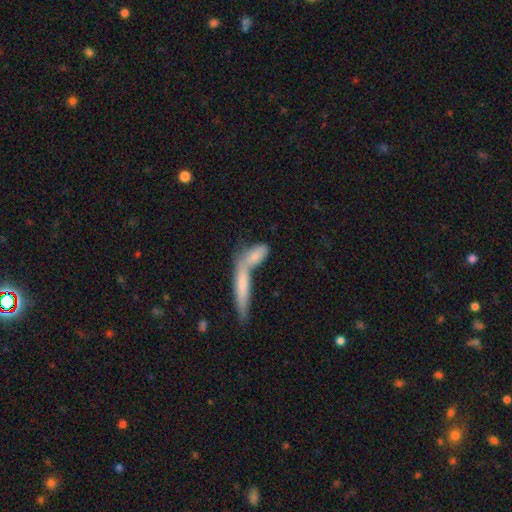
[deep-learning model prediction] Q: Smooth or featured?
A: smooth (74%); runner-up: featured or disk (19%)
Q: How rounded?
A: in between (55%); runner-up: cigar-shaped (41%)
Q: Merging?
A: merger (56%); runner-up: none (28%)